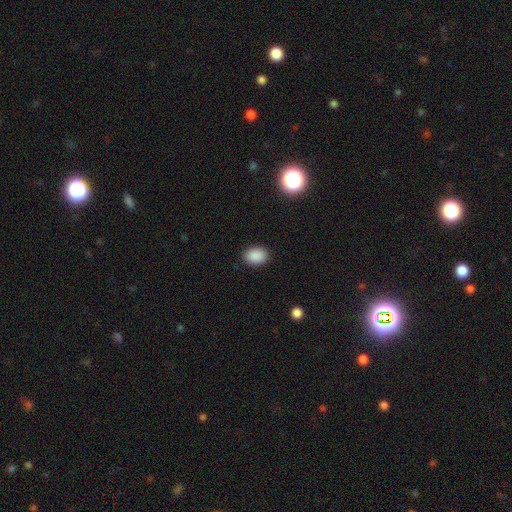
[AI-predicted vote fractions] smooth 88%, star or artifact 9%, featured or disk 3%. Down the decision tree: how rounded — in between (73%); merging — none (89%).